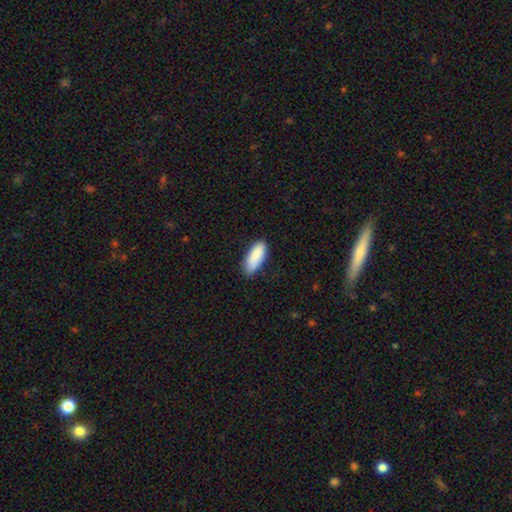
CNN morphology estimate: Smooth or featured? Predicted: smooth (p=0.88). How rounded? Predicted: in between (p=0.77). Merging? Predicted: none (p=0.78).